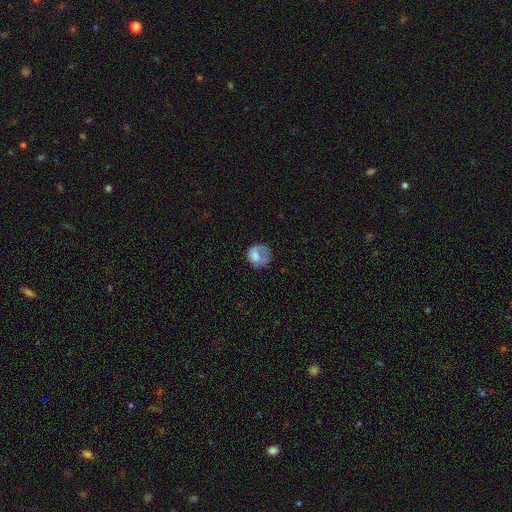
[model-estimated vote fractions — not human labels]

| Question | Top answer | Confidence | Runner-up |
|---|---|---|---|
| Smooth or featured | smooth | 69% | featured or disk (22%) |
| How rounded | round | 71% | in between (28%) |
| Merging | none | 41% | major disturbance (29%) |